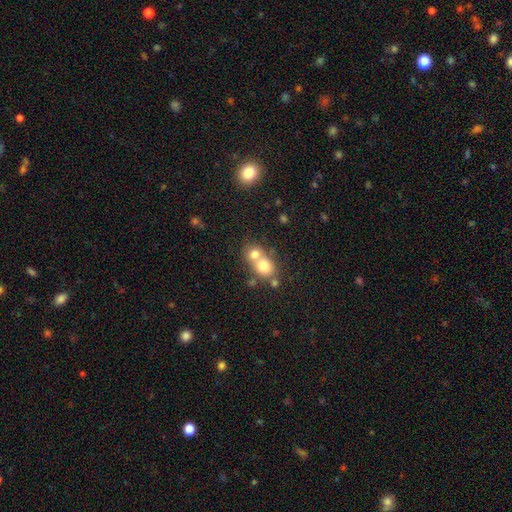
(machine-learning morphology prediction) type=smooth (72%); roundness=round (76%); merging=merger (59%).